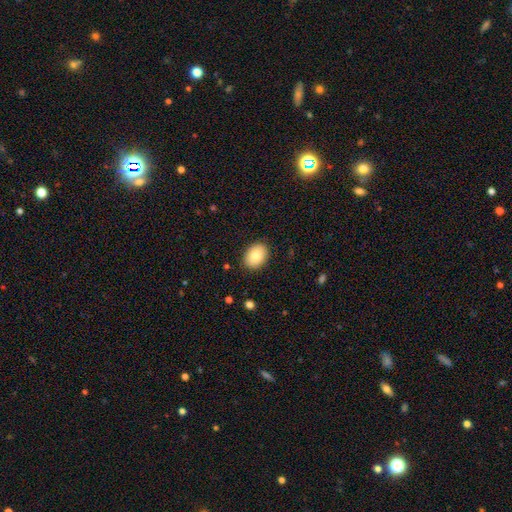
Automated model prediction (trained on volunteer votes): Overall: smooth (85%). How rounded: in between (76%). Merging: none (88%).